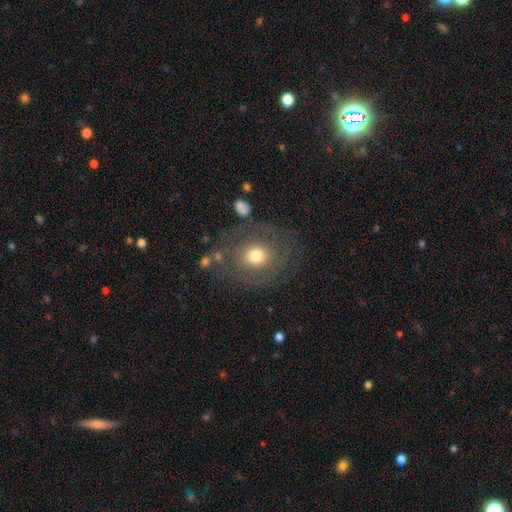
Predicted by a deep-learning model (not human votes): smooth 57%, featured or disk 31%, star or artifact 12%. Down the decision tree: how rounded — round (76%); merging — none (72%).